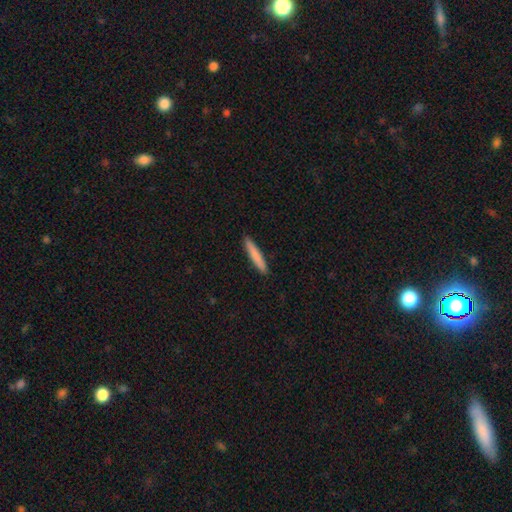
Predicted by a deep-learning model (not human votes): The model was most divided on "smooth or featured": smooth: 81%, featured or disk: 13%, star or artifact: 6%. More confident: how rounded — cigar-shaped (95%); merging — none (92%).